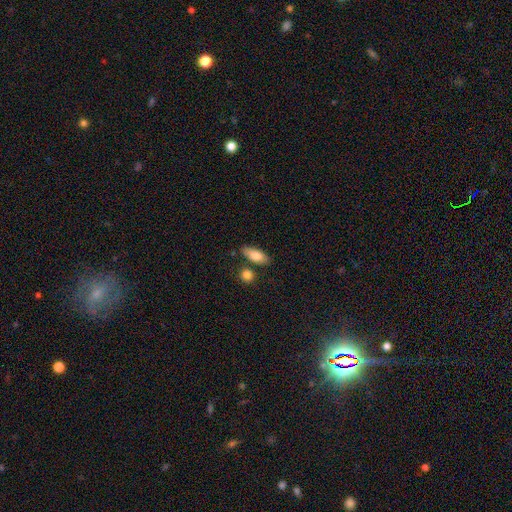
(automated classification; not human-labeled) Overall: smooth (80%). How rounded: in between (77%). Merging: none (75%).